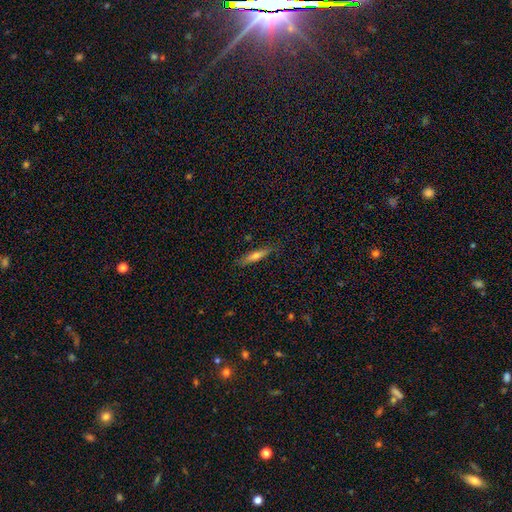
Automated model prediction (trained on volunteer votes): This is possibly a smooth galaxy (58%). How rounded: clearly cigar-shaped (83%). Merging: clearly none (85%).